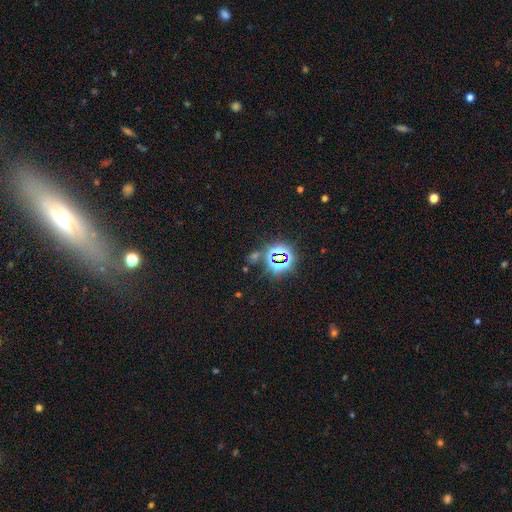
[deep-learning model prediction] Smooth or featured?
  - star or artifact: 77% *
  - smooth: 15%
  - featured or disk: 8%